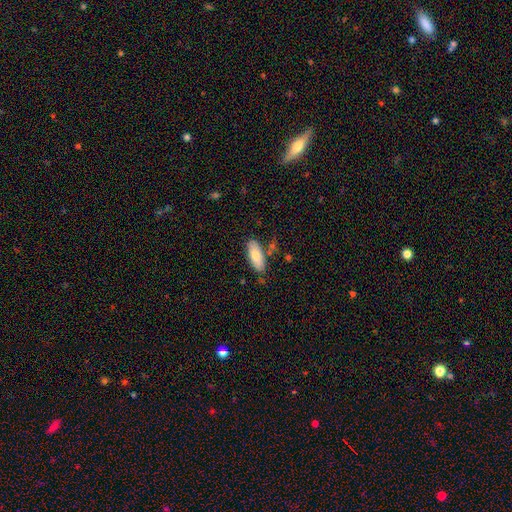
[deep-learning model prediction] This appears to be a smooth galaxy with no disk features (78%) that is in between round and cigar-shaped (80%). Merging: none (79%).